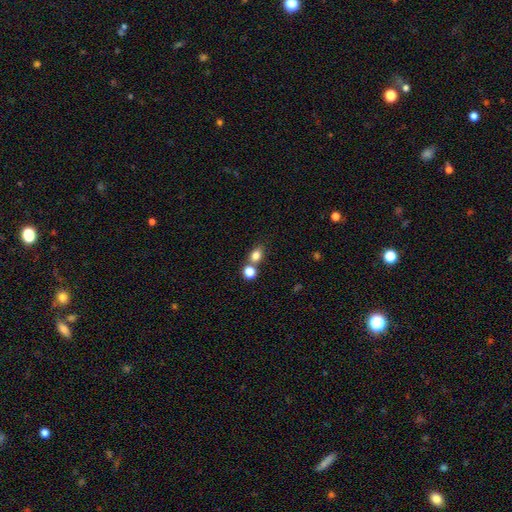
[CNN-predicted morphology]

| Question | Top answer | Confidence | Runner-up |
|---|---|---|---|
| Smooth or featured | smooth | 80% | star or artifact (12%) |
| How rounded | in between | 54% | round (44%) |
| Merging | none | 55% | merger (32%) |